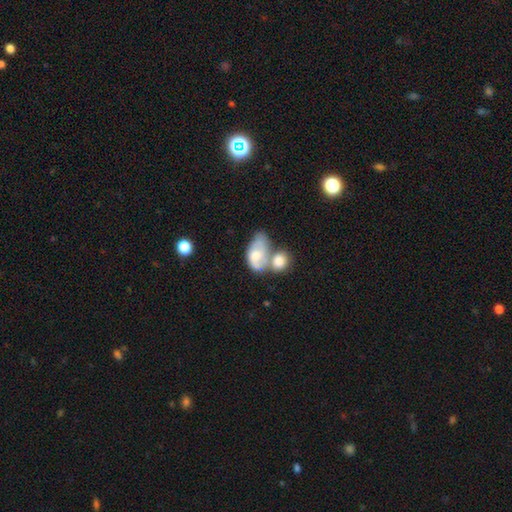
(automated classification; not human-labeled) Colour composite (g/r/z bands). It shows a smooth galaxy with no disk features (53%) that is in between round and cigar-shaped (85%). Merging: merger (57%).